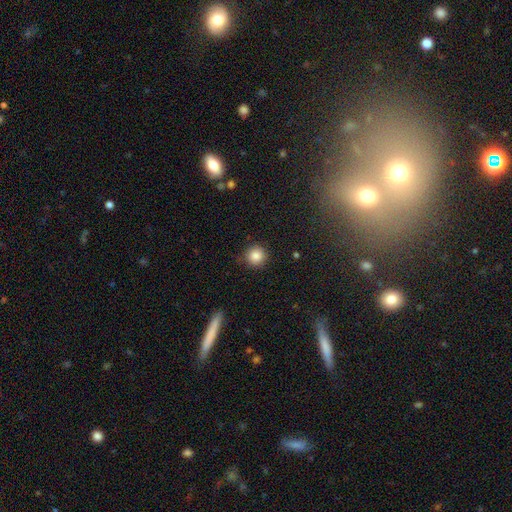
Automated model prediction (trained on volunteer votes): smooth-or-featured: smooth: 85% | star or artifact: 10% | featured or disk: 5%
  how-rounded: round: 94% | in between: 5% | cigar-shaped: 1%
  merging: none: 87% | minor disturbance: 9% | major disturbance: 2% | merger: 1%